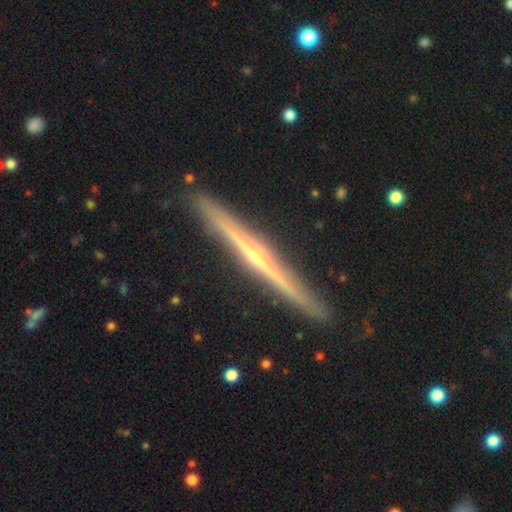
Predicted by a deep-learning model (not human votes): Smooth or featured?
  - featured or disk: 83% *
  - smooth: 12%
  - star or artifact: 5%
Edge-on disk?
  - yes: 98% *
  - no: 2%
Edge-on bulge?
  - rounded: 67% *
  - none: 28%
  - boxy: 5%
Merging?
  - none: 91% *
  - minor disturbance: 6%
  - merger: 1%
  - major disturbance: 1%